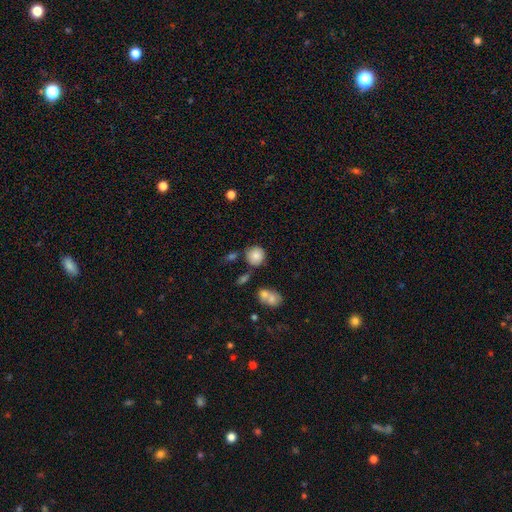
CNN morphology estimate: smooth 82%, star or artifact 9%, featured or disk 8%. Down the decision tree: how rounded — round (91%); merging — none (73%).